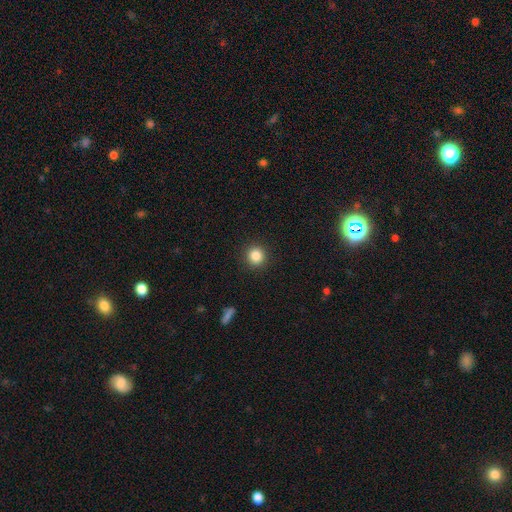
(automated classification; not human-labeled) Q: Smooth or featured?
A: smooth (85%); runner-up: star or artifact (11%)
Q: How rounded?
A: round (93%); runner-up: in between (6%)
Q: Merging?
A: none (92%); runner-up: minor disturbance (5%)